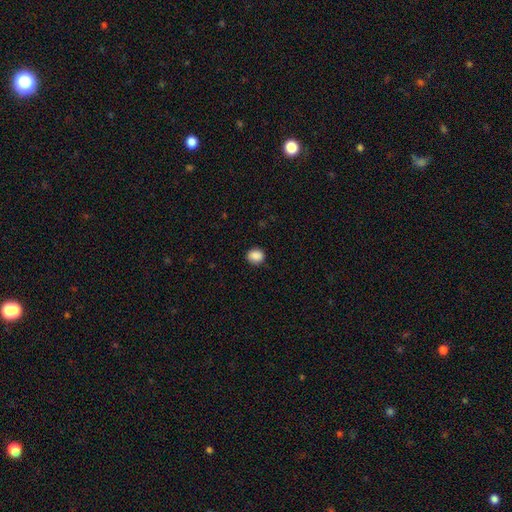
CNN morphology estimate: This appears to be a smooth galaxy with no disk features (88%) that is round (71%). Merging: none (87%).